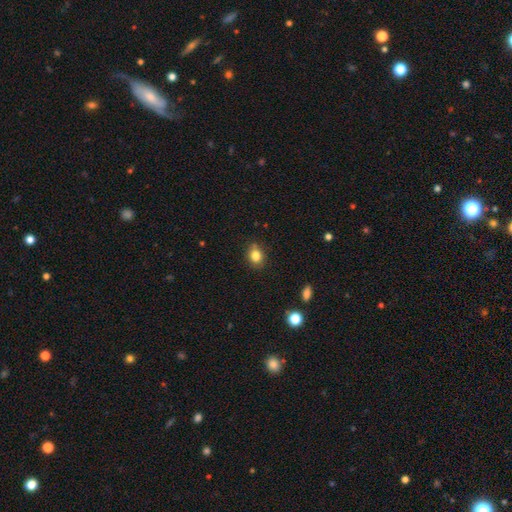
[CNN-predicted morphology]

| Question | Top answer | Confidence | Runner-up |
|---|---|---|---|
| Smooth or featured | smooth | 82% | star or artifact (11%) |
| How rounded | in between | 50% | round (48%) |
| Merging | none | 80% | minor disturbance (15%) |